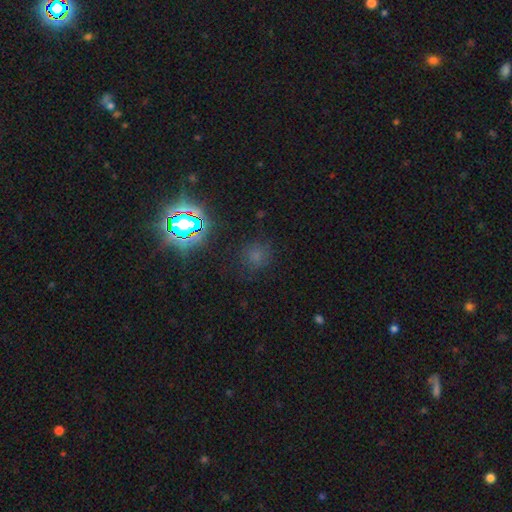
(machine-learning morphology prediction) This is possibly a smooth galaxy (57%). How rounded: clearly round (86%). Merging: likely none (79%).